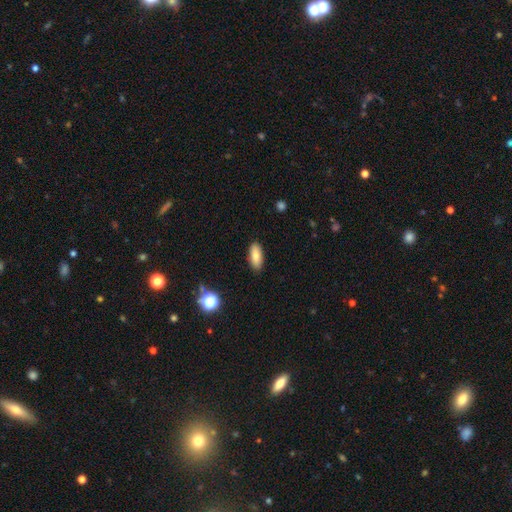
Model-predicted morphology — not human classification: type=smooth (81%); roundness=in between (82%); merging=none (88%).